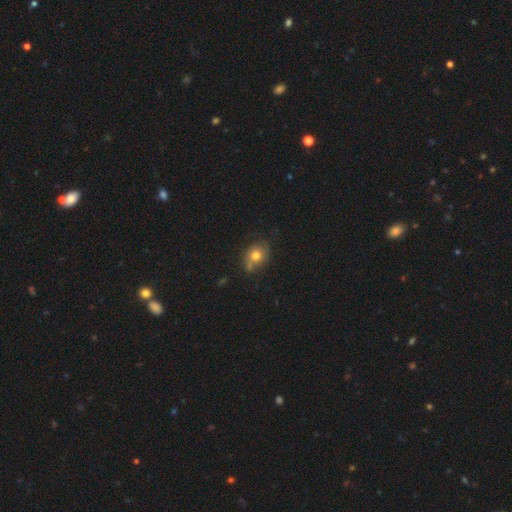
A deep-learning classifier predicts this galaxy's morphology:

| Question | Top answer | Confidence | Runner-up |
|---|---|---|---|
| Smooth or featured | smooth | 69% | featured or disk (20%) |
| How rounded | round | 52% | in between (47%) |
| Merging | none | 60% | minor disturbance (26%) |